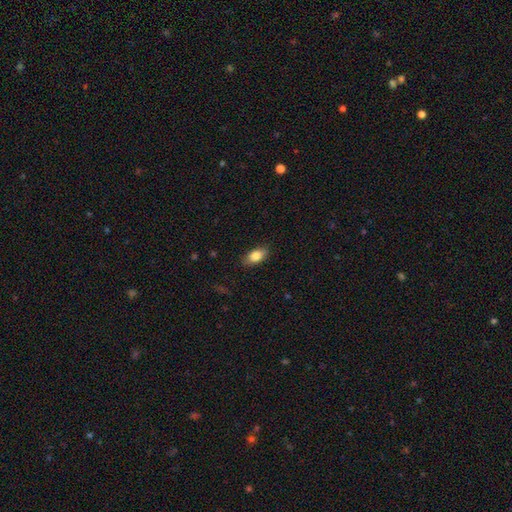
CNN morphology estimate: Smooth or featured: smooth — 83% (featured or disk — 10%)
How rounded: in between — 90% (round — 6%)
Merging: none — 86% (minor disturbance — 11%)